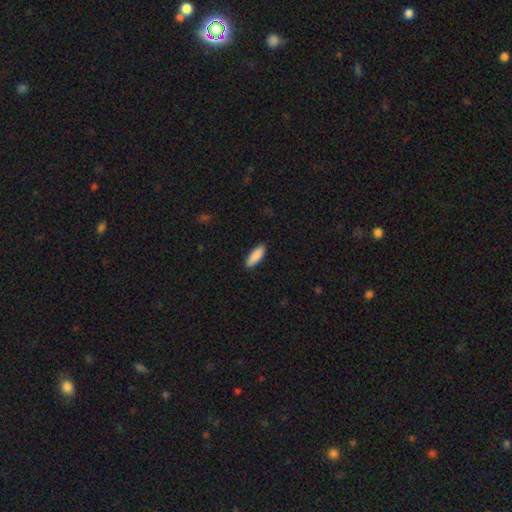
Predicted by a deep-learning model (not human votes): smooth-or-featured: smooth: 90% | star or artifact: 6% | featured or disk: 5%
  how-rounded: in between: 59% | cigar-shaped: 40% | round: 2%
  merging: none: 89% | minor disturbance: 9% | major disturbance: 2% | merger: 1%